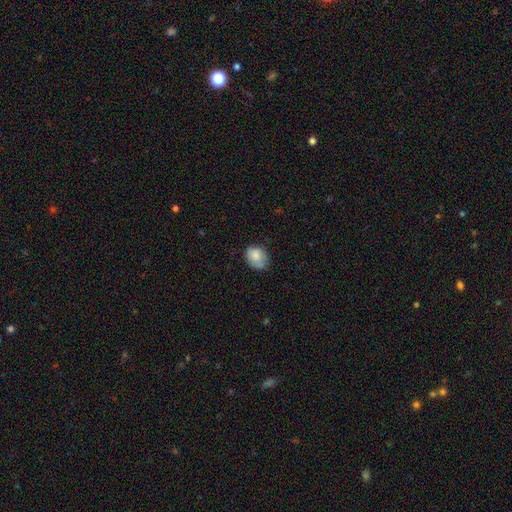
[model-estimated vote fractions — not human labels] Q: Smooth or featured?
A: smooth (81%); runner-up: featured or disk (12%)
Q: How rounded?
A: in between (61%); runner-up: round (38%)
Q: Merging?
A: none (61%); runner-up: minor disturbance (29%)